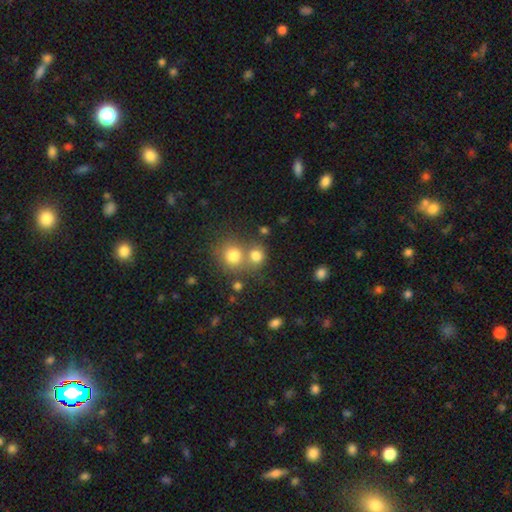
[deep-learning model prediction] Smooth or featured: smooth — 77% (star or artifact — 13%)
How rounded: round — 80% (in between — 19%)
Merging: none — 48% (merger — 40%)